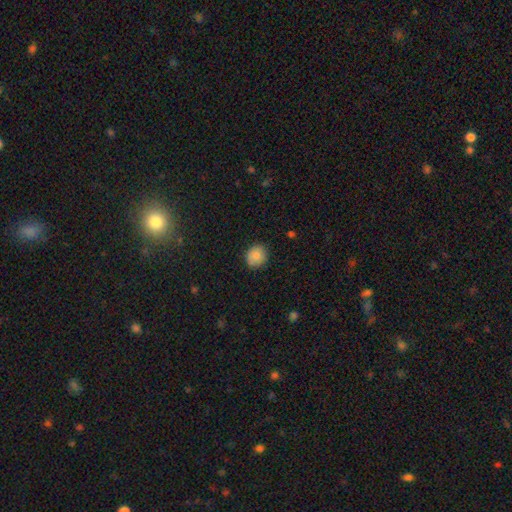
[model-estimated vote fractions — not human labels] Smooth or featured? smooth (85%)
How rounded? round (77%)
Merging? none (88%)